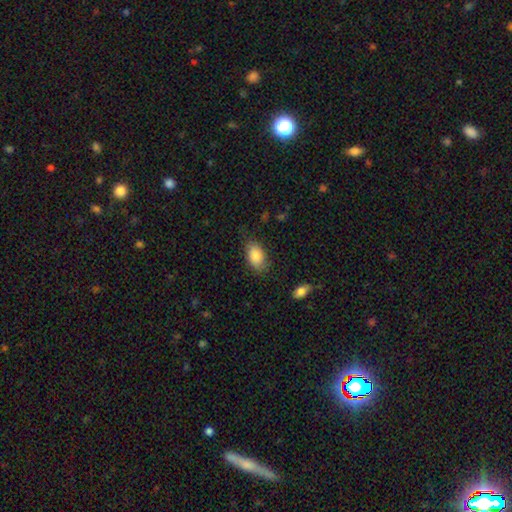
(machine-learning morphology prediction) smooth-or-featured: smooth: 84% | featured or disk: 9% | star or artifact: 7%
  how-rounded: in between: 89% | round: 9% | cigar-shaped: 2%
  merging: none: 74% | minor disturbance: 20% | major disturbance: 5% | merger: 1%